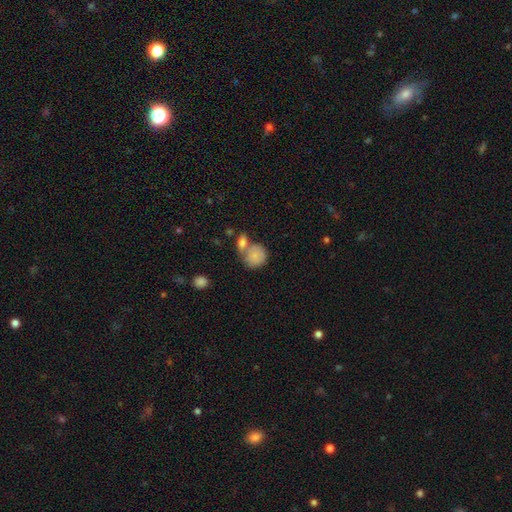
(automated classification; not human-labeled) Overall: smooth (82%). How rounded: round (76%). Merging: merger (43%; none 40%).